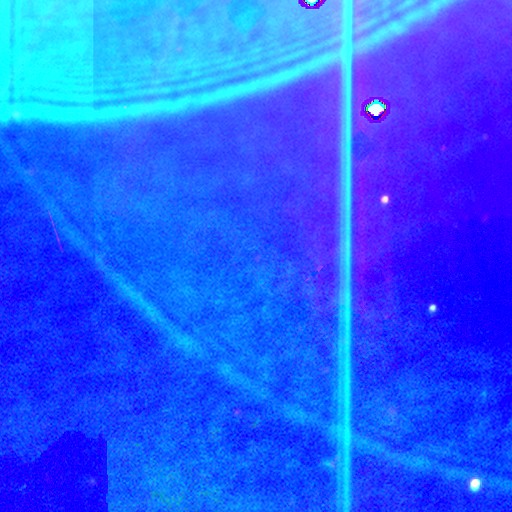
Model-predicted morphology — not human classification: smooth-or-featured: star or artifact: 88% | featured or disk: 7% | smooth: 5%